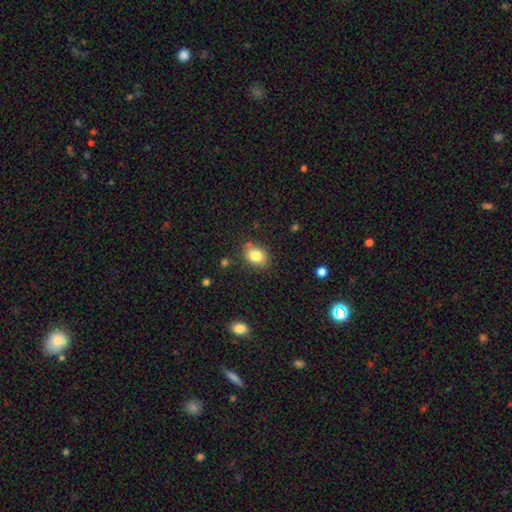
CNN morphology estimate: Q: Smooth or featured?
A: smooth (83%); runner-up: star or artifact (9%)
Q: How rounded?
A: in between (73%); runner-up: round (26%)
Q: Merging?
A: none (79%); runner-up: minor disturbance (14%)